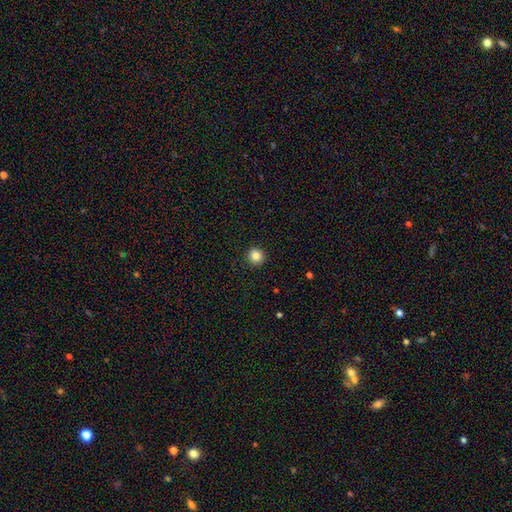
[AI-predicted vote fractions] smooth-or-featured: smooth: 85% | star or artifact: 10% | featured or disk: 5%
  how-rounded: round: 93% | in between: 6% | cigar-shaped: 1%
  merging: none: 91% | minor disturbance: 6% | major disturbance: 2% | merger: 1%